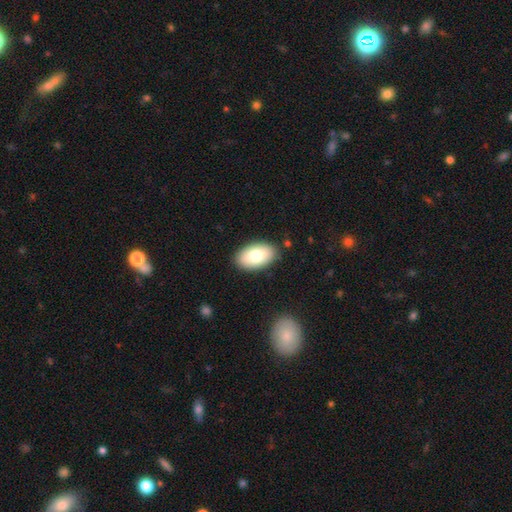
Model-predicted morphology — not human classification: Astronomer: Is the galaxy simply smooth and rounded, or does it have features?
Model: smooth — 77%.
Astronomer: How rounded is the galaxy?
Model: in between — 94%.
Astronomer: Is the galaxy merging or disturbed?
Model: none — 87%.